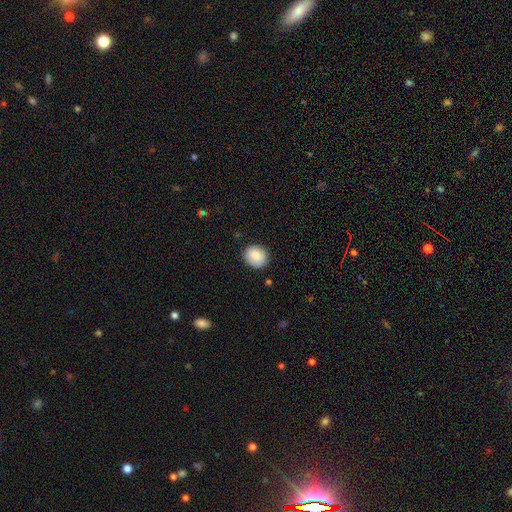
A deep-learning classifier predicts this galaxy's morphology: Smooth or featured: smooth — 84% (featured or disk — 8%)
How rounded: round — 72% (in between — 27%)
Merging: none — 85% (minor disturbance — 11%)